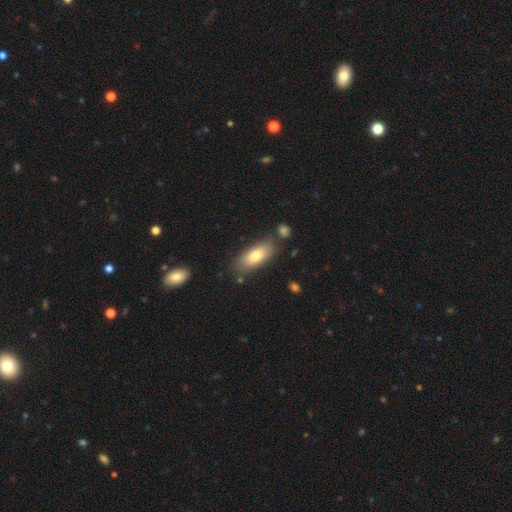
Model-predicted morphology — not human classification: Overall: smooth (75%). How rounded: in between (80%). Merging: none (76%).